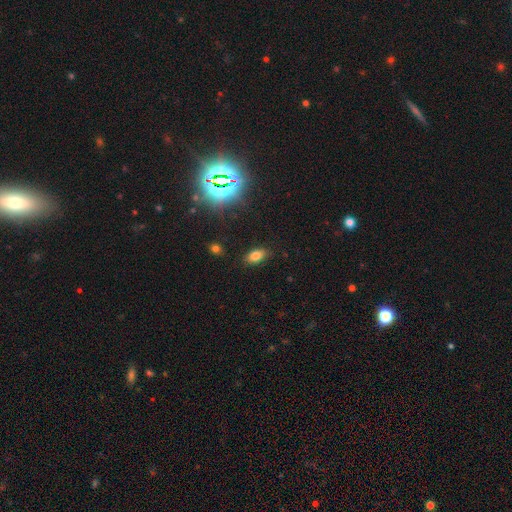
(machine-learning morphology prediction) Overall: smooth (78%). How rounded: in between (88%). Merging: none (85%).